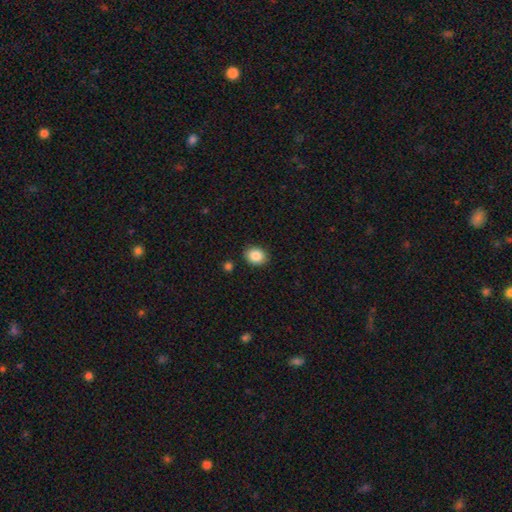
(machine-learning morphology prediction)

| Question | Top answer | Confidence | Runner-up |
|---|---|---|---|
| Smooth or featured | smooth | 86% | star or artifact (8%) |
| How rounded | round | 54% | in between (45%) |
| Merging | none | 89% | minor disturbance (7%) |